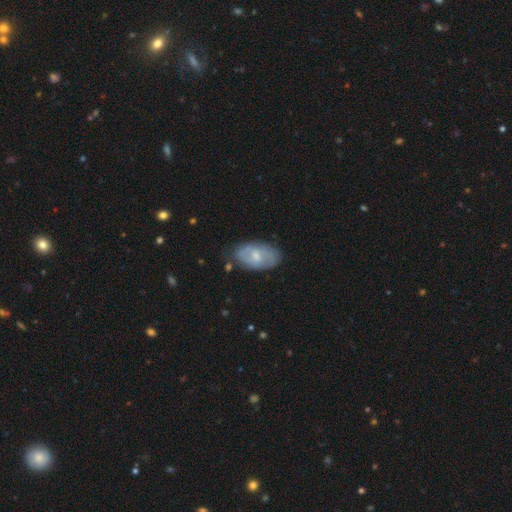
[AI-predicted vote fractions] Morphology: type=featured or disk (48%); merging=none (73%).